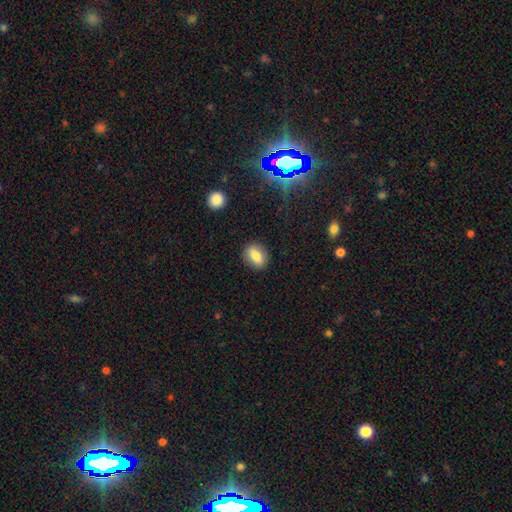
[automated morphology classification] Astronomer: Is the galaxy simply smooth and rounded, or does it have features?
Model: smooth — 78%.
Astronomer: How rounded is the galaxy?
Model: in between — 68%.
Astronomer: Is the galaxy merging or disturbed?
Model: none — 86%.